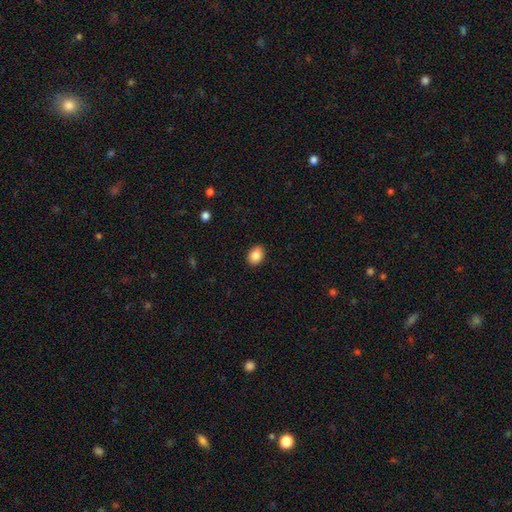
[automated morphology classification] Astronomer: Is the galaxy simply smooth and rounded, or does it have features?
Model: smooth — 86%.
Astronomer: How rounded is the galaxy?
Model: in between — 70%.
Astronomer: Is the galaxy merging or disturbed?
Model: none — 90%.